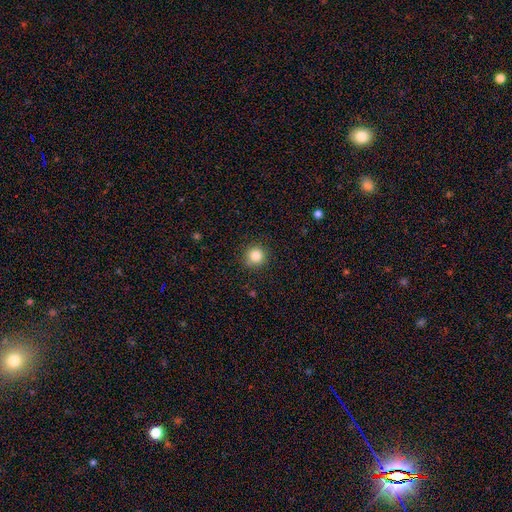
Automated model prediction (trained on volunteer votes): Smooth or featured? Predicted: smooth (p=0.84). How rounded? Predicted: round (p=0.94). Merging? Predicted: none (p=0.90).